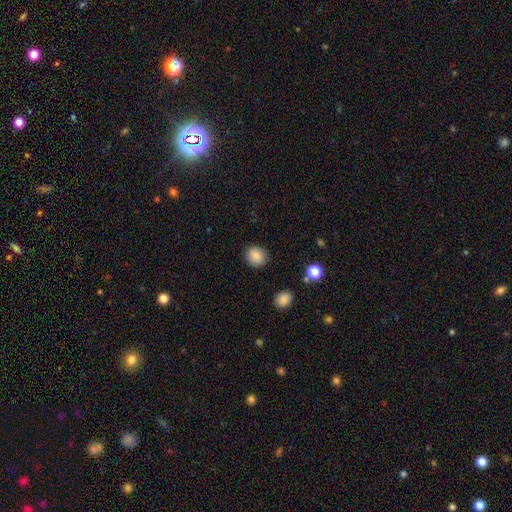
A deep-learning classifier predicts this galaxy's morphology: type=smooth (86%); roundness=round (79%); merging=none (89%).